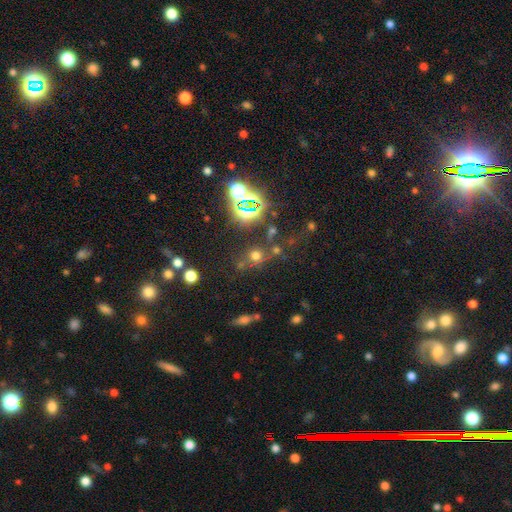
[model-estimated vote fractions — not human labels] A smooth galaxy with no disk features (55%) that is round (85%).

Vote fractions:
- Smooth or featured? smooth: 55% / star or artifact: 36% / featured or disk: 9%
- How rounded? round: 85% / in between: 13% / cigar-shaped: 2%
- Merging? none: 69% / merger: 13% / minor disturbance: 12% / major disturbance: 6%